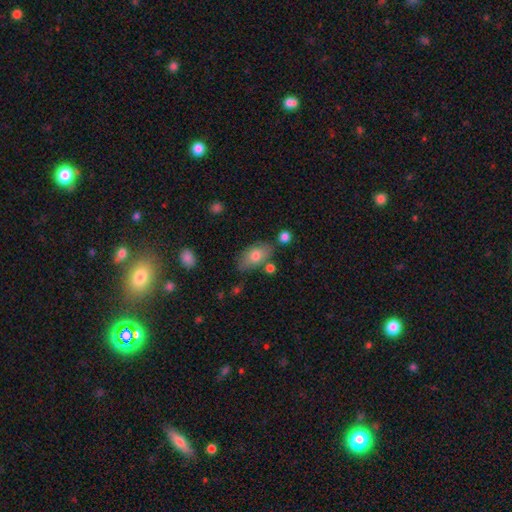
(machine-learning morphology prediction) Smooth or featured? smooth (75%)
How rounded? in between (91%)
Merging? none (66%)